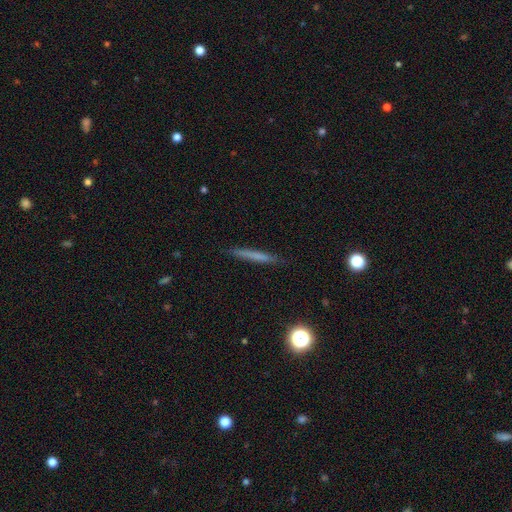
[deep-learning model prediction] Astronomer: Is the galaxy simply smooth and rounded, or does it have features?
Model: smooth — 61%.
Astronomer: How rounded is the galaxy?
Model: cigar-shaped — 95%.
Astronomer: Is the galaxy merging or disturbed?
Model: none — 88%.